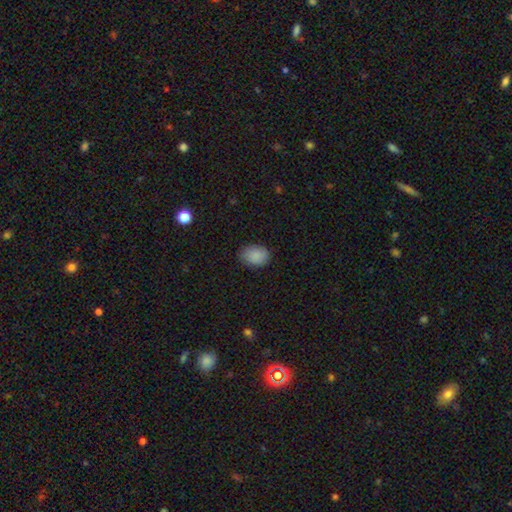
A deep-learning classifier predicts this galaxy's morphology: A smooth galaxy with no disk features (88%) that is in between round and cigar-shaped (75%).

Vote fractions:
- Smooth or featured? smooth: 88% / star or artifact: 8% / featured or disk: 4%
- How rounded? in between: 75% / round: 24% / cigar-shaped: 1%
- Merging? none: 80% / minor disturbance: 16% / major disturbance: 3% / merger: 1%